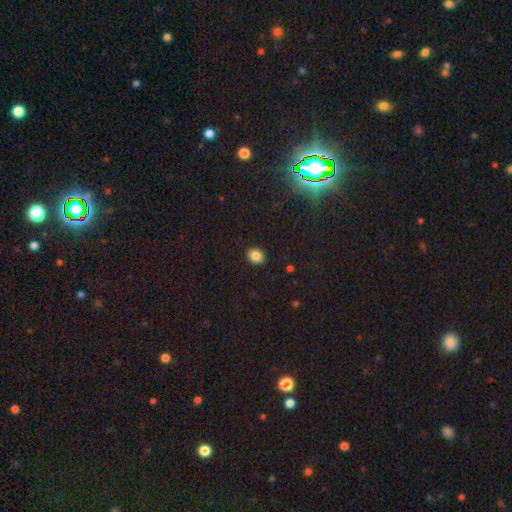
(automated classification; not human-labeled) A smooth galaxy with no disk features (85%) that is round (58%). Merging: none (91%).